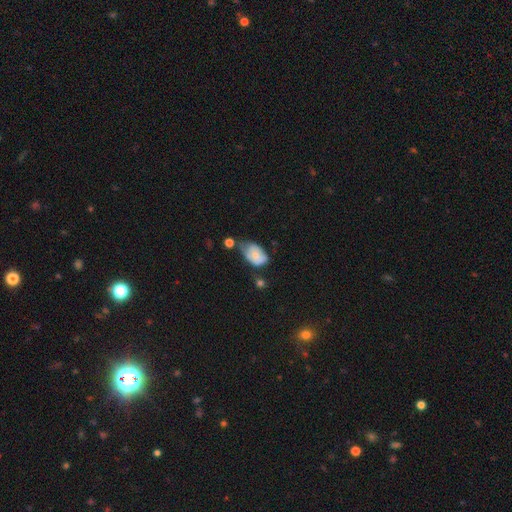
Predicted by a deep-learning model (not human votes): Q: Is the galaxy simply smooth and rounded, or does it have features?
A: smooth — 60%.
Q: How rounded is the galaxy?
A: in between — 87%.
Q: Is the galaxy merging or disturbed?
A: minor disturbance — 41%.